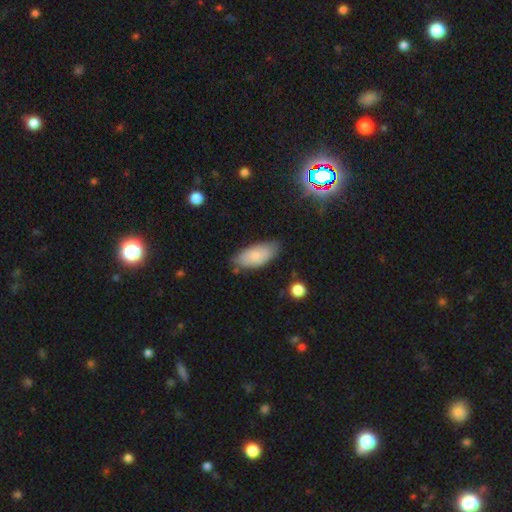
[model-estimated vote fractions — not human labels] A smooth galaxy with no disk features (77%) that is in between round and cigar-shaped (89%).

Vote fractions:
- Smooth or featured? smooth: 77% / featured or disk: 16% / star or artifact: 7%
- How rounded? in between: 89% / cigar-shaped: 10% / round: 2%
- Merging? none: 72% / minor disturbance: 22% / major disturbance: 4% / merger: 3%